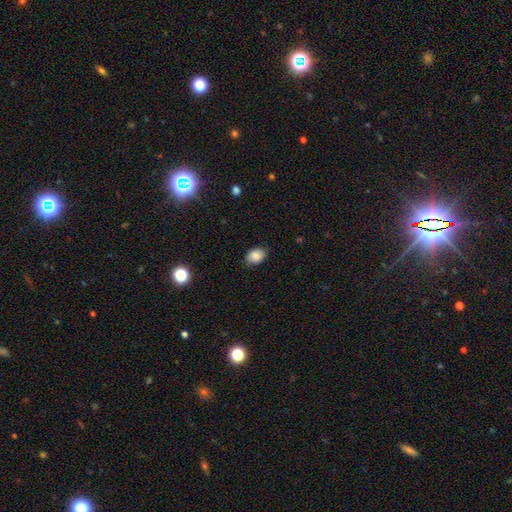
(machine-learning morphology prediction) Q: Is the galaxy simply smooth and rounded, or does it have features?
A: smooth — 86%.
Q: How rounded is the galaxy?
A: in between — 76%.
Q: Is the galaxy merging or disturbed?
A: none — 83%.